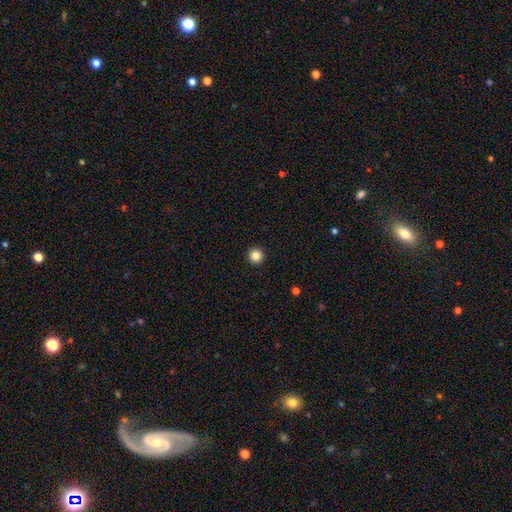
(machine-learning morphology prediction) This appears to be a smooth galaxy with no disk features (85%) that is round (96%). Merging: none (94%).